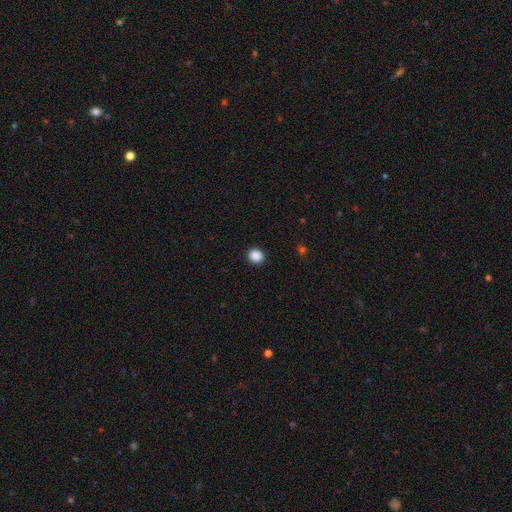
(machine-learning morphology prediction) Smooth or featured?
  - smooth: 88% *
  - star or artifact: 10%
  - featured or disk: 2%
How rounded?
  - round: 81% *
  - in between: 18%
  - cigar-shaped: 1%
Merging?
  - none: 92% *
  - minor disturbance: 5%
  - major disturbance: 2%
  - merger: 1%